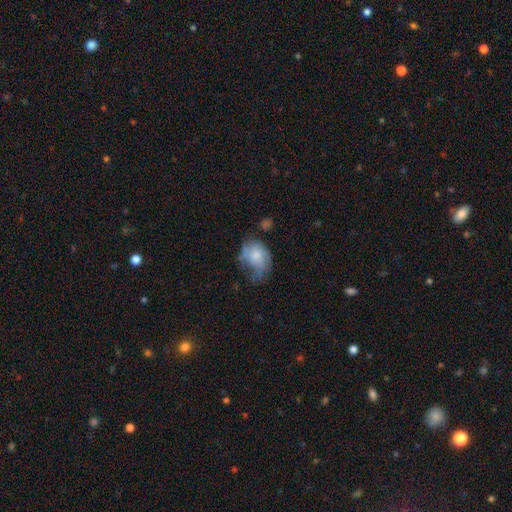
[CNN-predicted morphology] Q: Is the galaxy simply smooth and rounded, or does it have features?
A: smooth — 57%.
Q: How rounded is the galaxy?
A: in between — 66%.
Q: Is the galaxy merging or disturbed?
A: minor disturbance — 33%.